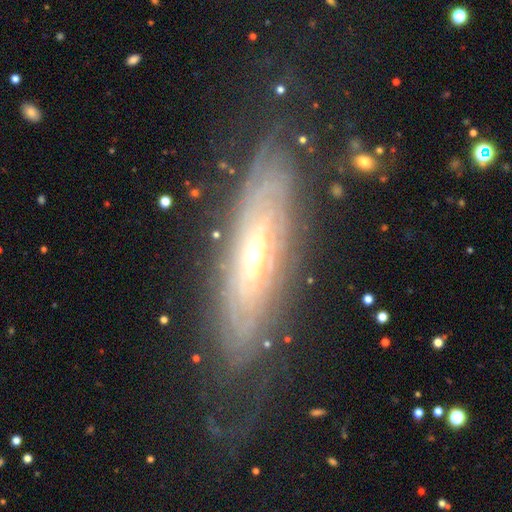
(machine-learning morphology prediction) This appears to be a featured or disk galaxy (80%) with no bar (60%), spiral arms (83%) and a small central bulge (54%). Merging: none (74%).